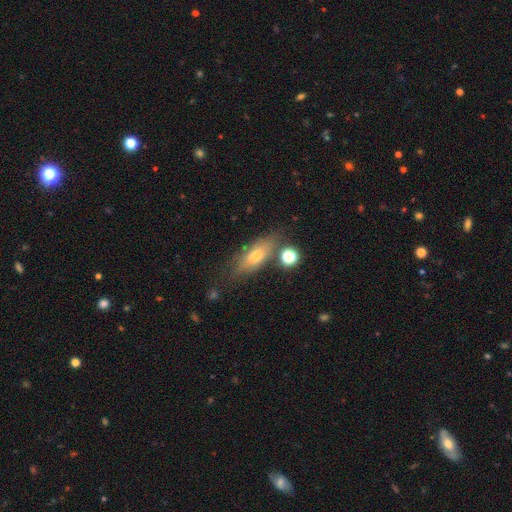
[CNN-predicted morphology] smooth-or-featured: smooth: 61% | featured or disk: 29% | star or artifact: 10%
  how-rounded: in between: 61% | cigar-shaped: 32% | round: 7%
  merging: none: 68% | minor disturbance: 17% | merger: 9% | major disturbance: 6%